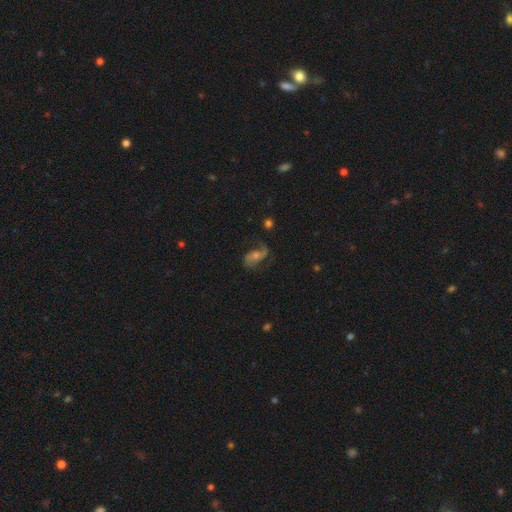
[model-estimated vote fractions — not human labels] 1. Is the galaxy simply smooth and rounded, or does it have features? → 79% featured or disk, 11% smooth, 10% star or artifact.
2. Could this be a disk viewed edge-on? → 96% no, 4% yes.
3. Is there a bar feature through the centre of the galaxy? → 54% no, 32% weak, 13% strong.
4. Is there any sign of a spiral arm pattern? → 95% yes, 5% no.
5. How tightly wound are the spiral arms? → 48% loose, 40% medium, 12% tight.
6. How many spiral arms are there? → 87% 2, 5% 1, 4% can't tell, 2% 3, 1% 4, 1% more than 4.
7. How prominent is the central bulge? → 54% moderate, 38% small, 5% large, 2% none, 1% dominant.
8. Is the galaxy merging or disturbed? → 71% none, 16% minor disturbance, 11% major disturbance, 2% merger.